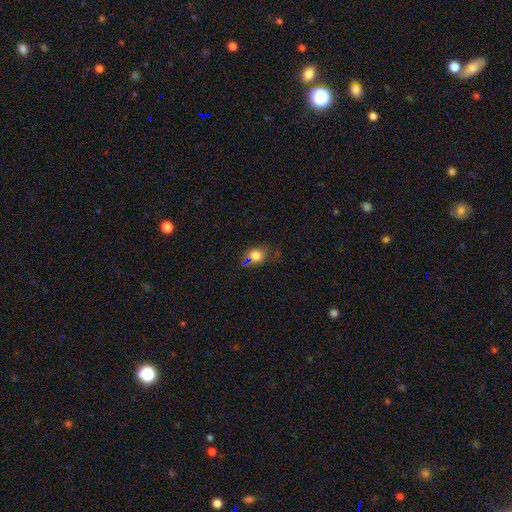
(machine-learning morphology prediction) smooth 75%, star or artifact 17%, featured or disk 8%. Down the decision tree: how rounded — round (62%); merging — none (68%).